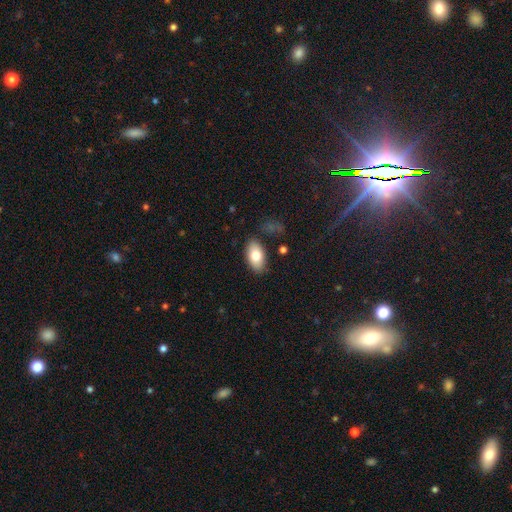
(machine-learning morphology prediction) smooth-or-featured: smooth: 78% | featured or disk: 15% | star or artifact: 7%
  how-rounded: in between: 94% | round: 4% | cigar-shaped: 2%
  merging: none: 83% | minor disturbance: 12% | major disturbance: 3% | merger: 3%